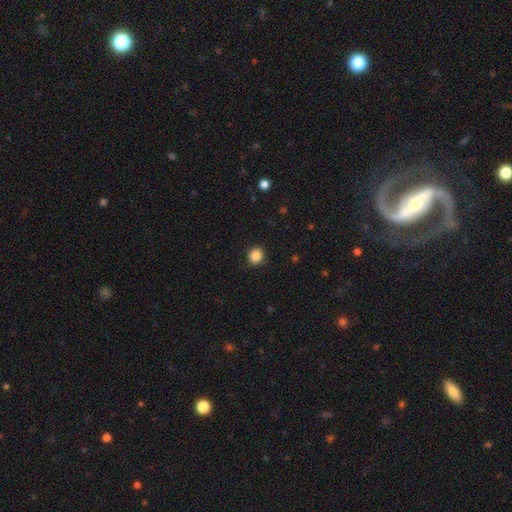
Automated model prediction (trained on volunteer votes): Overall: smooth (87%). How rounded: round (84%). Merging: none (90%).